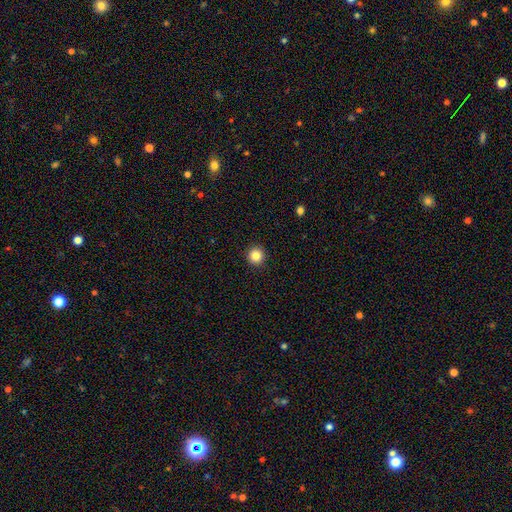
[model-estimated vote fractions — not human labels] smooth 85%, star or artifact 11%, featured or disk 5%. Down the decision tree: how rounded — round (95%); merging — none (93%).